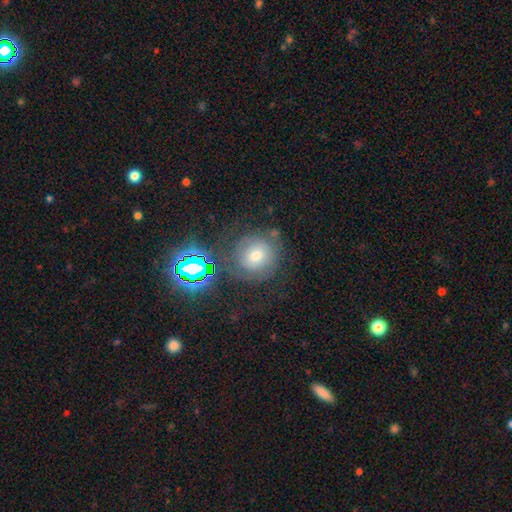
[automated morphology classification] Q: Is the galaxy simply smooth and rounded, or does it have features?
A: smooth — 46%.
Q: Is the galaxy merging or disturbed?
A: none — 69%.